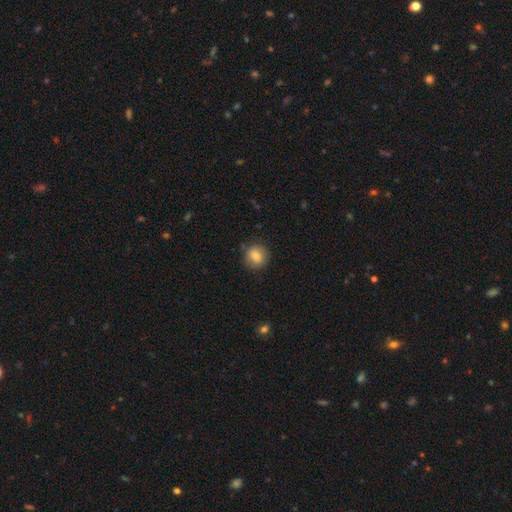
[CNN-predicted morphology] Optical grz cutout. It shows a smooth galaxy with no disk features (83%) that is round (78%). Merging: none (83%).